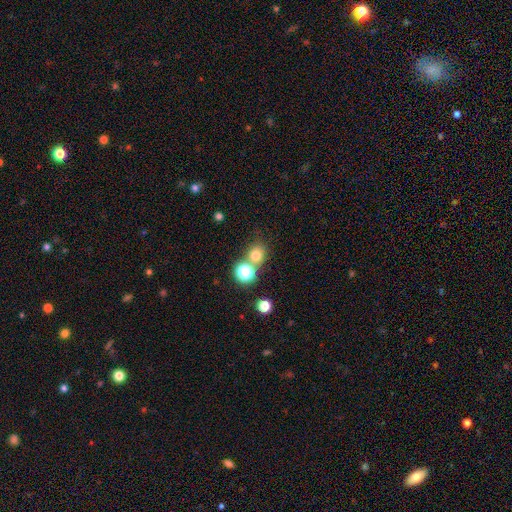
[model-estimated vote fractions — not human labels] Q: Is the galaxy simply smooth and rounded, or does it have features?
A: smooth — 74%.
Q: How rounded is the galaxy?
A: round — 80%.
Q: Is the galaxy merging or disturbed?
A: none — 59%.